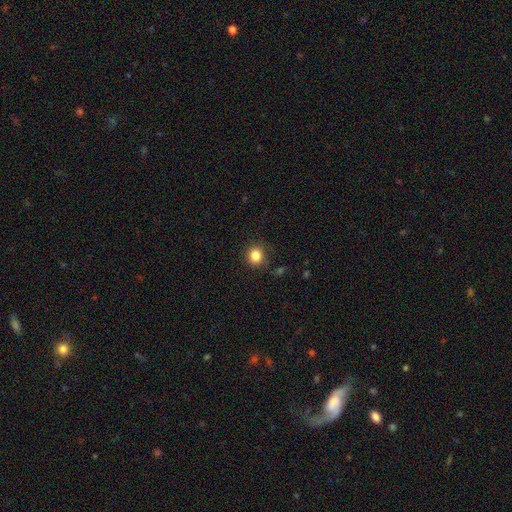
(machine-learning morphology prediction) Q: Smooth or featured?
A: smooth (84%); runner-up: star or artifact (11%)
Q: How rounded?
A: round (81%); runner-up: in between (18%)
Q: Merging?
A: none (83%); runner-up: minor disturbance (12%)